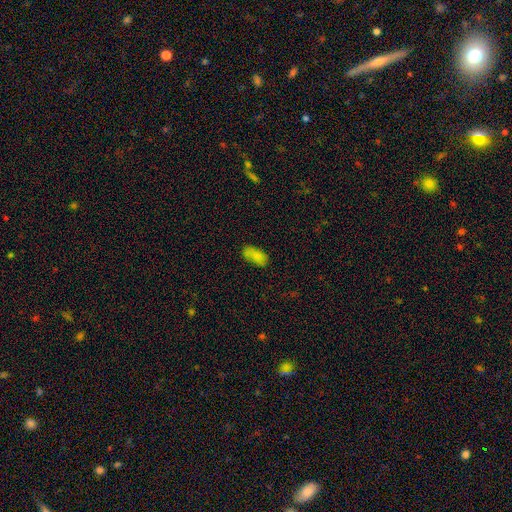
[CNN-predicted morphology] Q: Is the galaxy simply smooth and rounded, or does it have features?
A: smooth — 80%.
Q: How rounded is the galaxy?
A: in between — 91%.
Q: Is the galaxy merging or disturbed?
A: none — 63%.